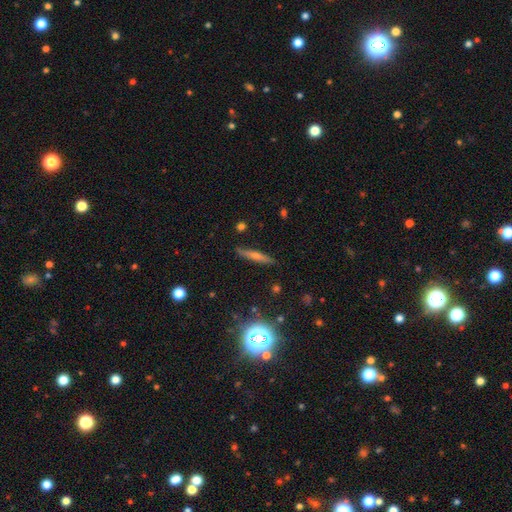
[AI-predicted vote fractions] Morphology: type=featured or disk (46%); merging=none (87%).